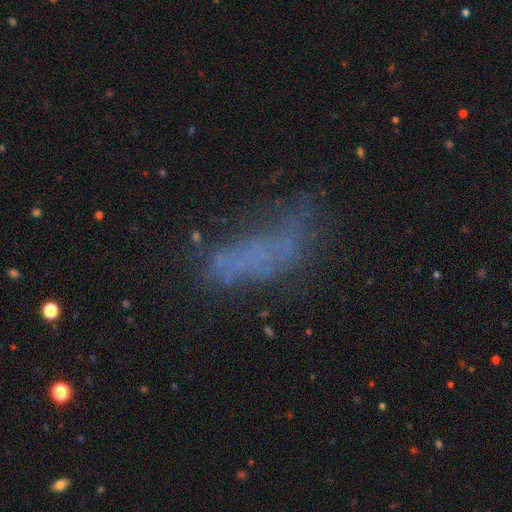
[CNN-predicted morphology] Overall: smooth (45%; featured or disk 33%). Merging: none (41%; major disturbance 28%).